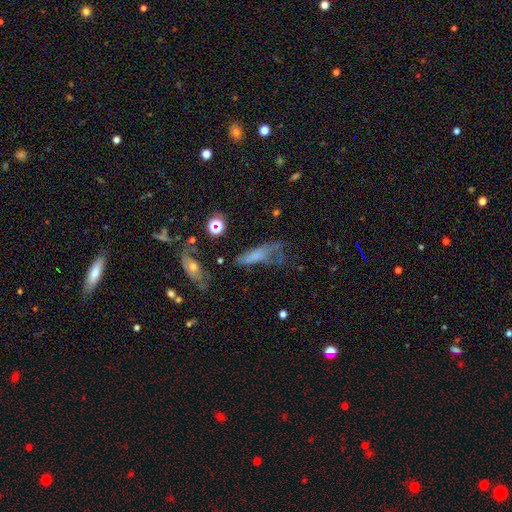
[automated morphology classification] smooth-or-featured: smooth: 47% | featured or disk: 36% | star or artifact: 17%
  merging: major disturbance: 35% | none: 31% | minor disturbance: 24% | merger: 10%